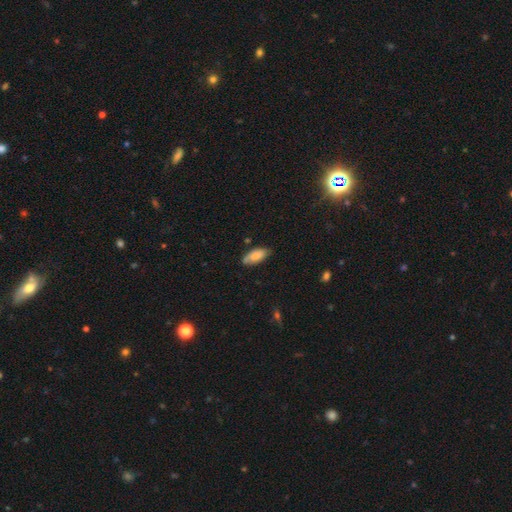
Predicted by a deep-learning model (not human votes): smooth 74%, featured or disk 19%, star or artifact 7%. Down the decision tree: how rounded — in between (86%); merging — none (72%).